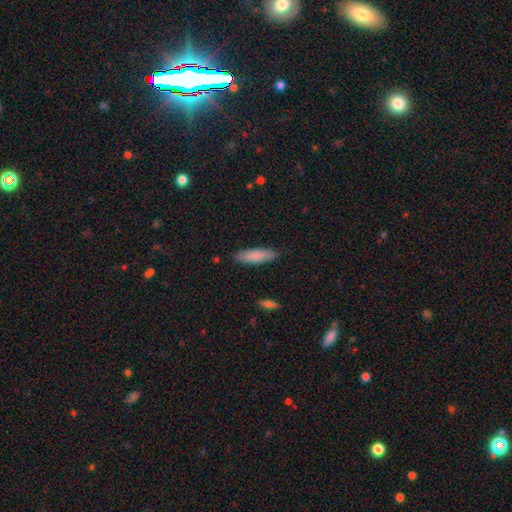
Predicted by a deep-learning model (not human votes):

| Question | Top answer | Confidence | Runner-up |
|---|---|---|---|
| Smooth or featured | smooth | 86% | featured or disk (8%) |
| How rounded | cigar-shaped | 60% | in between (38%) |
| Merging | none | 87% | minor disturbance (10%) |